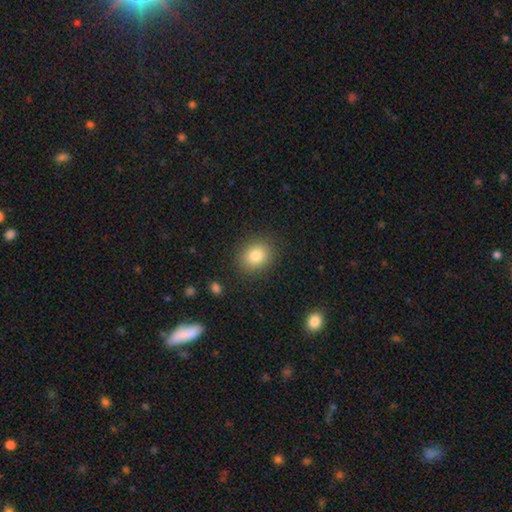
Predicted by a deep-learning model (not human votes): A smooth galaxy with no disk features (82%) that is round (64%). Merging: none (87%).